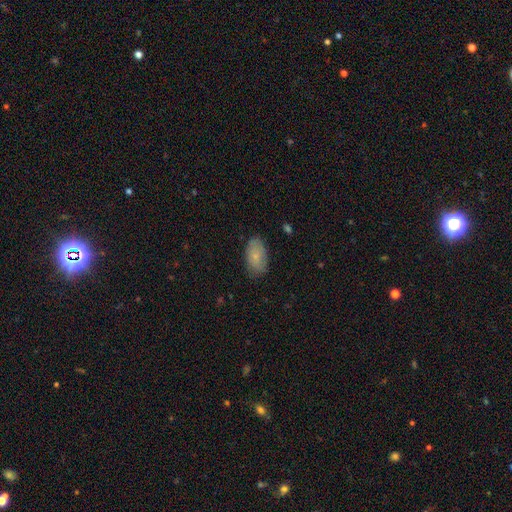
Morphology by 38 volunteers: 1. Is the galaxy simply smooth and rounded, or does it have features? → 82% smooth, 16% featured or disk, 3% star or artifact.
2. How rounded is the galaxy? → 97% in between, 3% round, 0% cigar-shaped.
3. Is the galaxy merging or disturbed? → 68% none, 22% minor disturbance, 11% major disturbance, 0% merger.